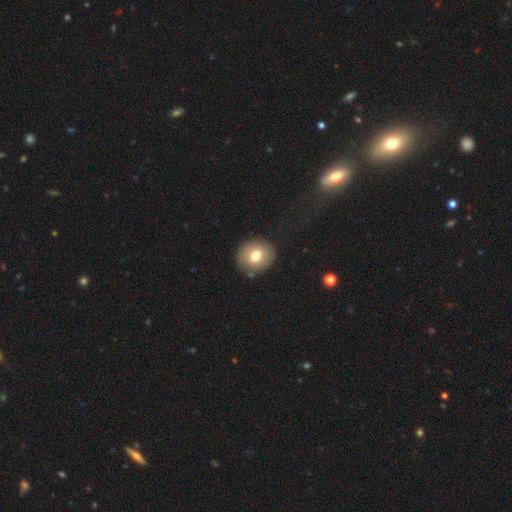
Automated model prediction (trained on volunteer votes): Smooth or featured? Predicted: smooth (p=0.74). How rounded? Predicted: round (p=0.78). Merging? Predicted: none (p=0.85).